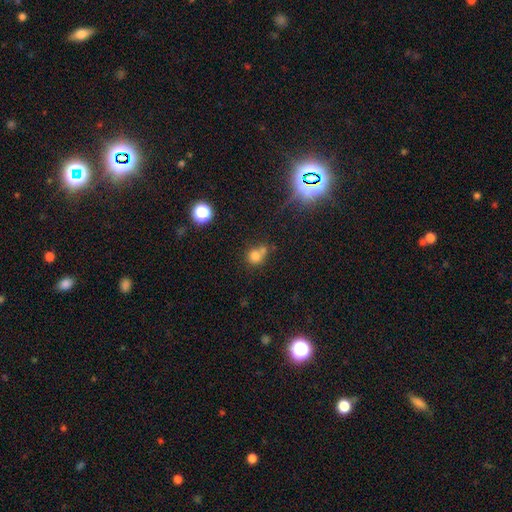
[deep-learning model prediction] smooth 75%, star or artifact 15%, featured or disk 9%. Down the decision tree: how rounded — round (79%); merging — none (43%).